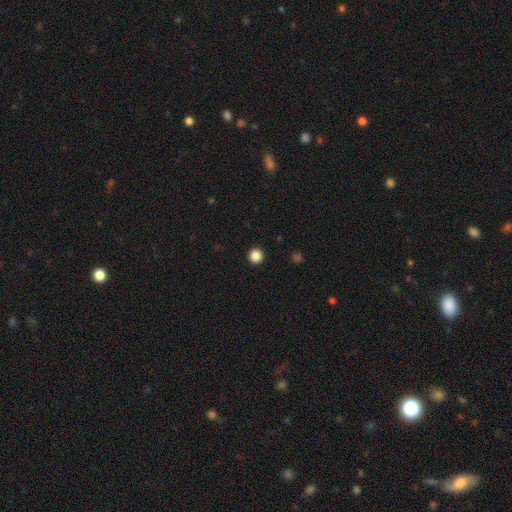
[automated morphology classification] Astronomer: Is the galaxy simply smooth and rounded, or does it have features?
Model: smooth — 87%.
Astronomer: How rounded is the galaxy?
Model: round — 96%.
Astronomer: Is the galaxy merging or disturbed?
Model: none — 94%.